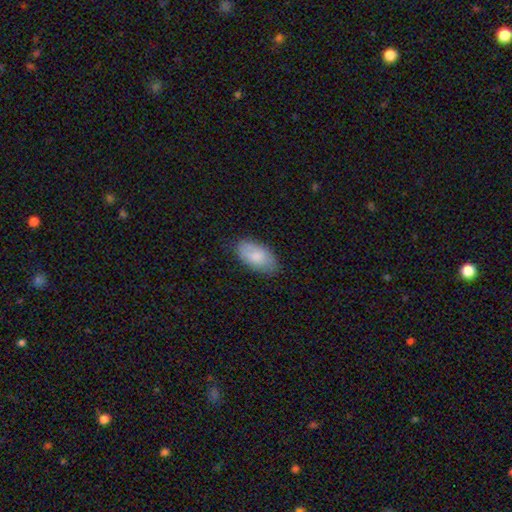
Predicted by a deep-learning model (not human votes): smooth-or-featured: smooth: 83% | featured or disk: 11% | star or artifact: 6%
  how-rounded: in between: 94% | cigar-shaped: 3% | round: 3%
  merging: none: 80% | minor disturbance: 16% | major disturbance: 3% | merger: 1%